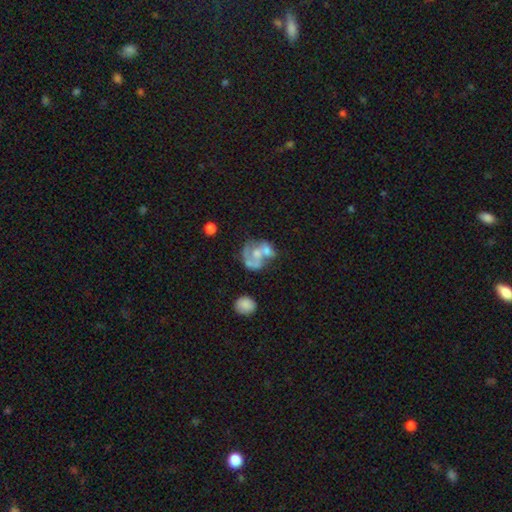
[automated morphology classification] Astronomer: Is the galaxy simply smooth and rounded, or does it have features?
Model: featured or disk — 55% (runner-up: smooth, 35%).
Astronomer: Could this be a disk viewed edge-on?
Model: no — 98%.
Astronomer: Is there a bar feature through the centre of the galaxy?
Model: no — 87%.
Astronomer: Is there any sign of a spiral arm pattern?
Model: no — 78%.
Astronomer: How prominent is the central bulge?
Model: moderate — 43% (runner-up: none, 27%).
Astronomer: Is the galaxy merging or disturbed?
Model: merger — 47% (runner-up: none, 23%).